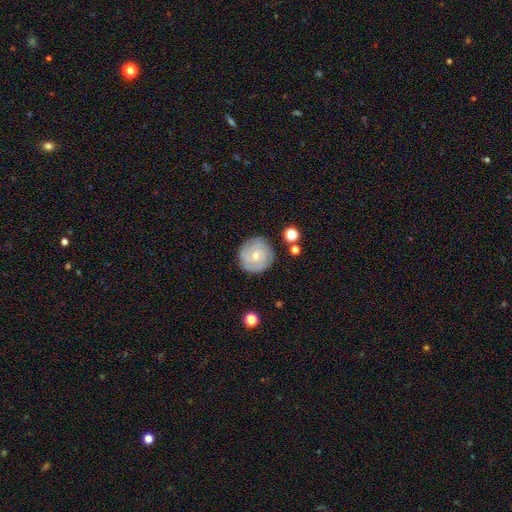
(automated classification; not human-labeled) smooth-or-featured: featured or disk: 65% | smooth: 27% | star or artifact: 7%
  disk-edge-on: no: 98% | yes: 2%
    bar: no: 71% | weak: 25% | strong: 4%
    has-spiral-arms: yes: 90% | no: 10%
      spiral-winding: tight: 70% | medium: 24% | loose: 6%
      spiral-arm-count: can't tell: 33% | 3: 27% | 2: 19% | 4: 11% | 1: 5% | more than 4: 5%
    bulge-size: small: 62% | moderate: 34% | none: 2% | large: 1% | dominant: 1%
  merging: none: 82% | minor disturbance: 12% | major disturbance: 3% | merger: 2%